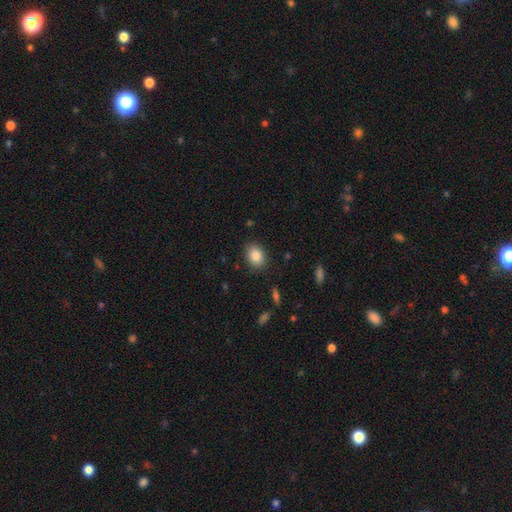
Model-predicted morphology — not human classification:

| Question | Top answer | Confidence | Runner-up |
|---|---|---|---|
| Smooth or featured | smooth | 85% | star or artifact (8%) |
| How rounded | in between | 71% | round (28%) |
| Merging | none | 87% | minor disturbance (10%) |